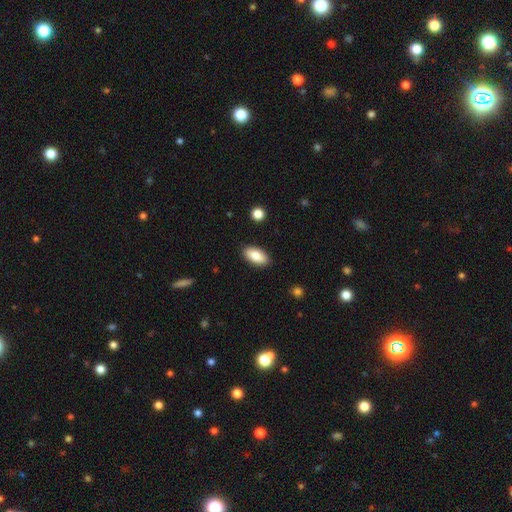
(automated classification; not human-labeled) Smooth or featured?
  - smooth: 81% *
  - featured or disk: 12%
  - star or artifact: 7%
How rounded?
  - in between: 90% *
  - cigar-shaped: 8%
  - round: 3%
Merging?
  - none: 89% *
  - minor disturbance: 8%
  - major disturbance: 2%
  - merger: 1%